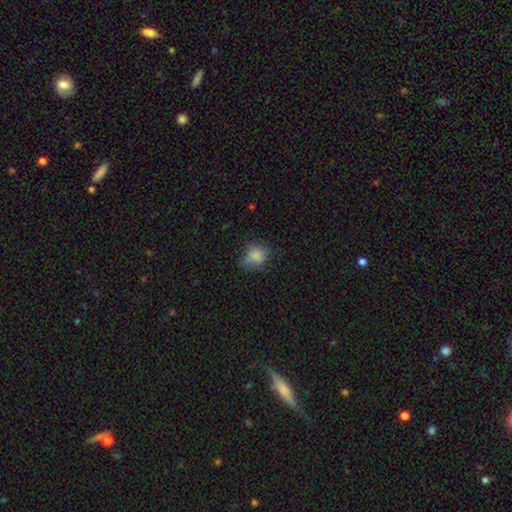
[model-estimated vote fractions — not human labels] Morphology: type=smooth (78%); roundness=round (61%); merging=none (55%).